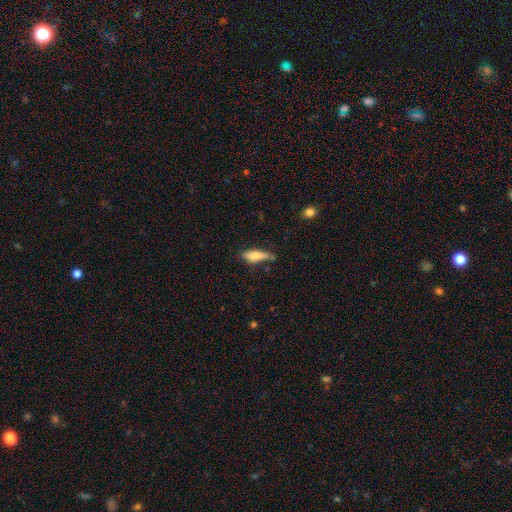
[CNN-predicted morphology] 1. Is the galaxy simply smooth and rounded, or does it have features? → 72% smooth, 21% featured or disk, 7% star or artifact.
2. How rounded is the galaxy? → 49% cigar-shaped (tied), 49% in between (tied), 2% round.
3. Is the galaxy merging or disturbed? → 60% none, 29% minor disturbance, 7% major disturbance, 4% merger.